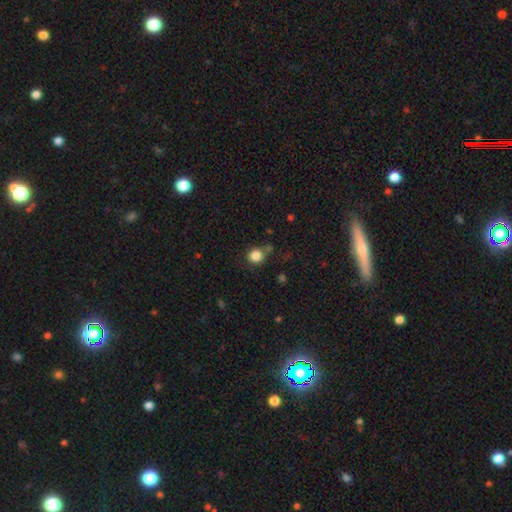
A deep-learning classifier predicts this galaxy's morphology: Smooth or featured: smooth — 84% (star or artifact — 11%)
How rounded: round — 89% (in between — 10%)
Merging: none — 75% (minor disturbance — 13%)